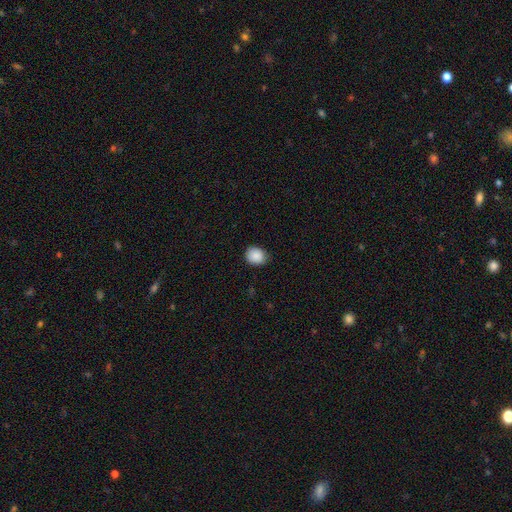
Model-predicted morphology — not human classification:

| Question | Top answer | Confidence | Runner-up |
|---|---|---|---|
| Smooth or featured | smooth | 89% | star or artifact (8%) |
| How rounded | round | 69% | in between (30%) |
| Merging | none | 85% | minor disturbance (12%) |